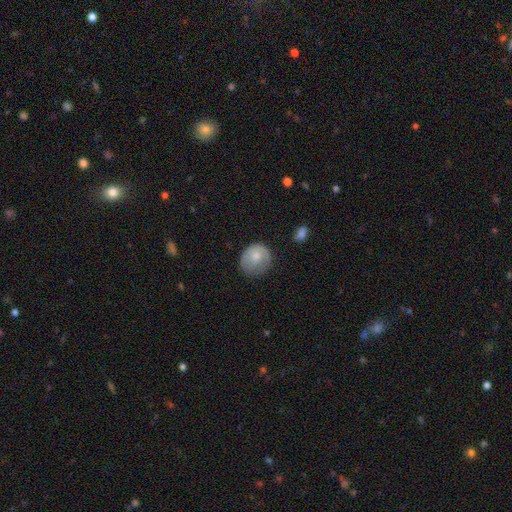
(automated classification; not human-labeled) smooth 69%, featured or disk 25%, star or artifact 7%. Down the decision tree: how rounded — round (74%); merging — none (56%).